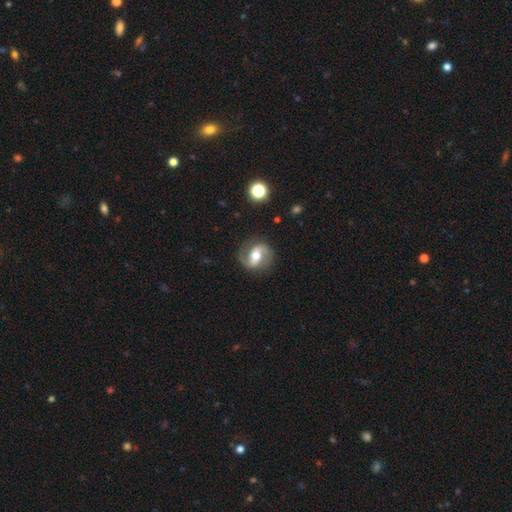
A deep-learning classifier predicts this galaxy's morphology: A featured or disk galaxy (79%) with a weak bar (39%), 2 (89%) medium (49%) spiral arms (92%) and a moderate central bulge (71%).

Vote fractions:
- Smooth or featured? featured or disk: 79% / smooth: 15% / star or artifact: 6%
- Edge-on disk? no: 97% / yes: 3%
- Bar? weak: 39% / strong: 34% / no: 27%
- Spiral arms? yes: 92% / no: 8%
- Spiral winding? medium: 49% / loose: 31% / tight: 20%
- Spiral arm count? 2: 89% / 1: 4% / can't tell: 3% / 3: 1% / 4: 1% / more than 4: 1%
- Bulge size? moderate: 71% / large: 14% / small: 13% / dominant: 2% / none: 1%
- Merging? none: 81% / minor disturbance: 12% / major disturbance: 5% / merger: 1%